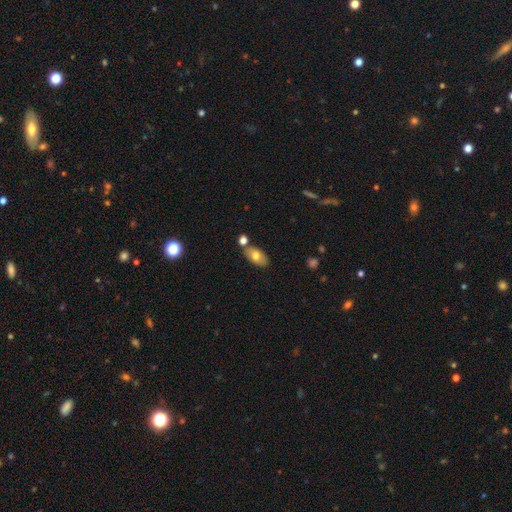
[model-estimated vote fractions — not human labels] Smooth or featured: smooth — 74% (featured or disk — 19%)
How rounded: in between — 92% (round — 5%)
Merging: none — 72% (merger — 13%)